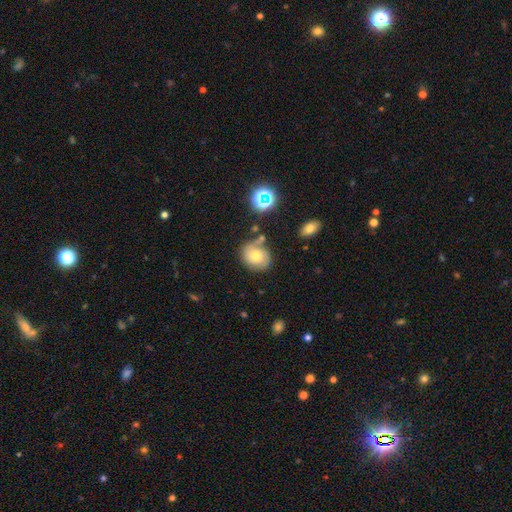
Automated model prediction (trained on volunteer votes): This is likely a smooth galaxy (64%). How rounded: likely round (62%). Merging: likely none (63%).